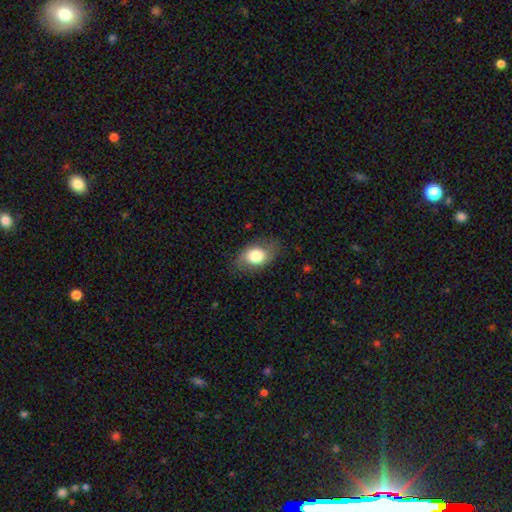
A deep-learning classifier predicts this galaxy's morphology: Smooth or featured: smooth — 74% (featured or disk — 18%)
How rounded: in between — 80% (round — 18%)
Merging: none — 74% (minor disturbance — 19%)